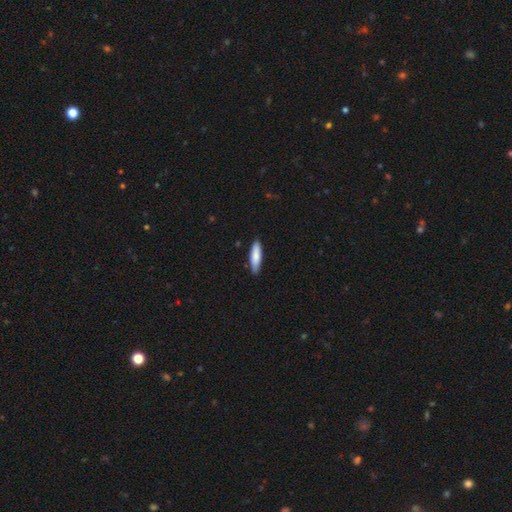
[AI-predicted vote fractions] This appears to be a smooth galaxy with no disk features (83%) that is cigar-shaped (66%). Merging: none (88%).